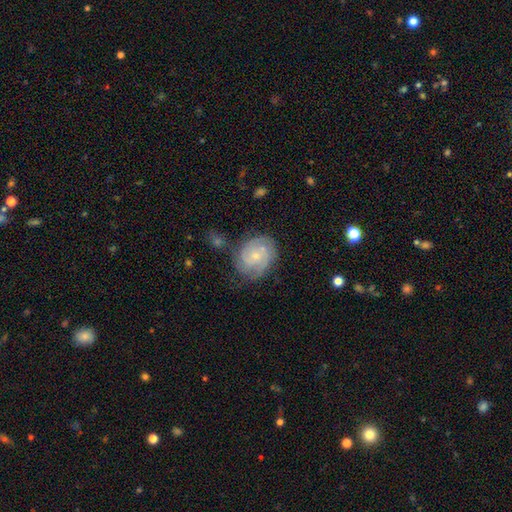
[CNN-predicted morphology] smooth_or_featured: featured or disk (p=0.77) [alt: smooth p=0.17]
disk_edge_on: no (p=0.98) [alt: yes p=0.02]
bar: no (p=0.72) [alt: weak p=0.25]
has_spiral_arms: yes (p=0.94) [alt: no p=0.06]
spiral_winding: tight (p=0.61) [alt: medium p=0.32]
spiral_arm_count: 3 (p=0.31) [alt: 2 p=0.30]
bulge_size: small (p=0.71) [alt: moderate p=0.24]
merging: none (p=0.67) [alt: minor disturbance p=0.20]